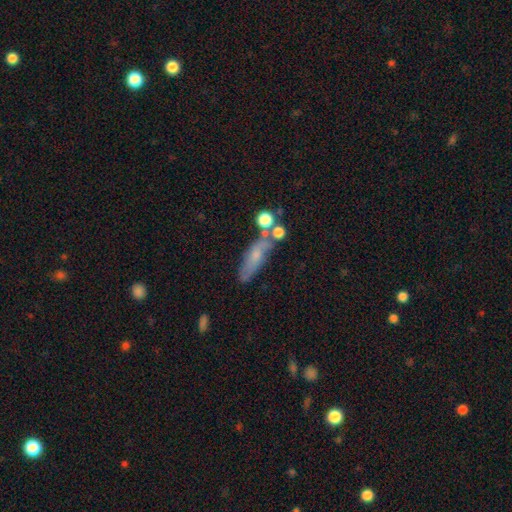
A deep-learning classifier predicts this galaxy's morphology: Overall: smooth (58%; featured or disk 32%). How rounded: cigar-shaped (47%, tied with in between). Merging: none (50%; minor disturbance 20%).